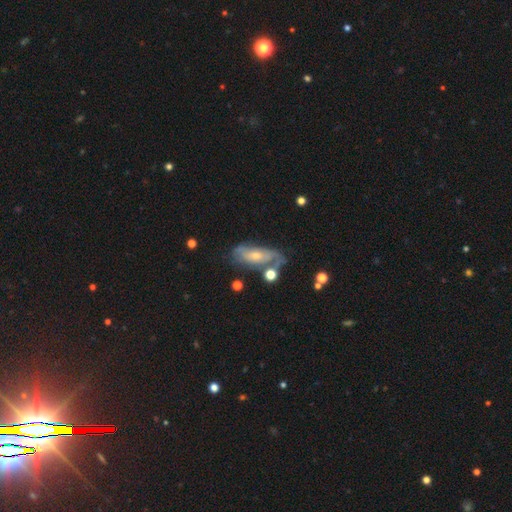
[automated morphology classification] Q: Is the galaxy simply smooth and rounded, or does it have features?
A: featured or disk — 64%.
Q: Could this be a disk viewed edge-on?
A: no — 86%.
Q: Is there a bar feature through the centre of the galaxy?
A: no — 67%.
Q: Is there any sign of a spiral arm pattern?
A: yes — 80%.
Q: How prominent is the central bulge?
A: small — 57%.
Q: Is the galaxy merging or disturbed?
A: none — 48%.